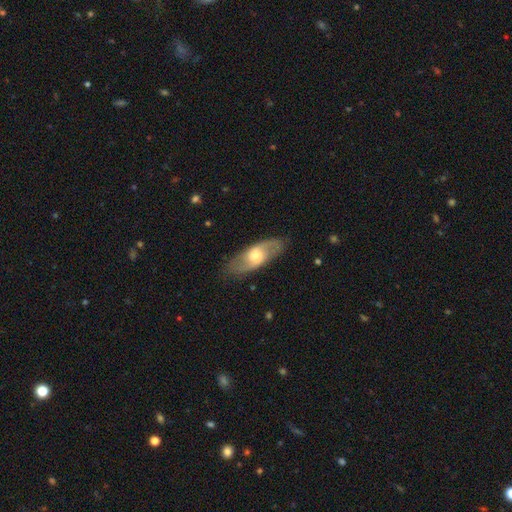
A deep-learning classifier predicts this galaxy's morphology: This appears to be a featured or disk galaxy (58%). Merging: none (82%).